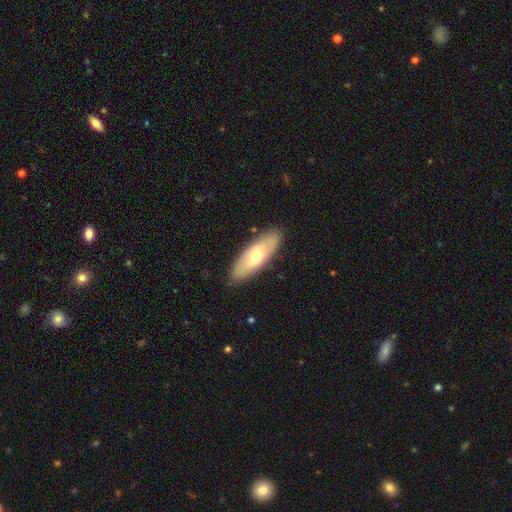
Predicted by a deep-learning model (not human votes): smooth-or-featured: smooth: 61% | featured or disk: 34% | star or artifact: 5%
  how-rounded: in between: 64% | cigar-shaped: 34% | round: 2%
  merging: none: 88% | minor disturbance: 9% | major disturbance: 2% | merger: 1%